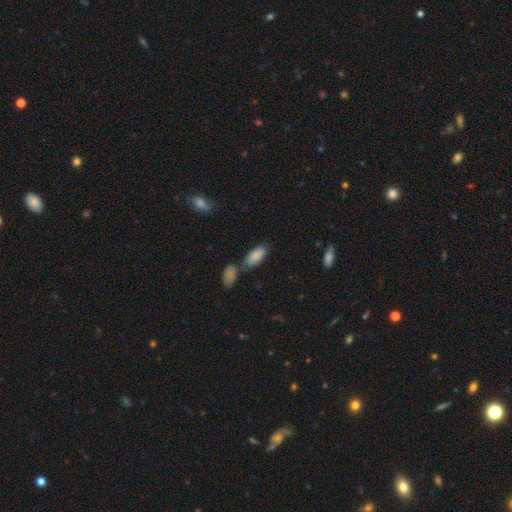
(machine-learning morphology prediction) smooth-or-featured: smooth: 86% | featured or disk: 7% | star or artifact: 7%
  how-rounded: in between: 87% | cigar-shaped: 11% | round: 2%
  merging: none: 52% | merger: 29% | minor disturbance: 14% | major disturbance: 5%